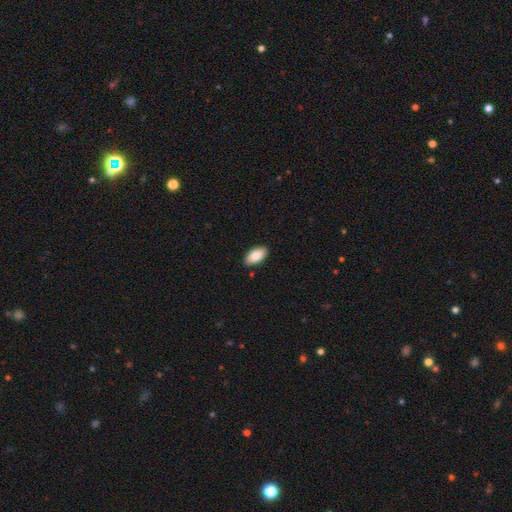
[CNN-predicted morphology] smooth 85%, featured or disk 9%, star or artifact 6%. Down the decision tree: how rounded — in between (93%); merging — none (88%).